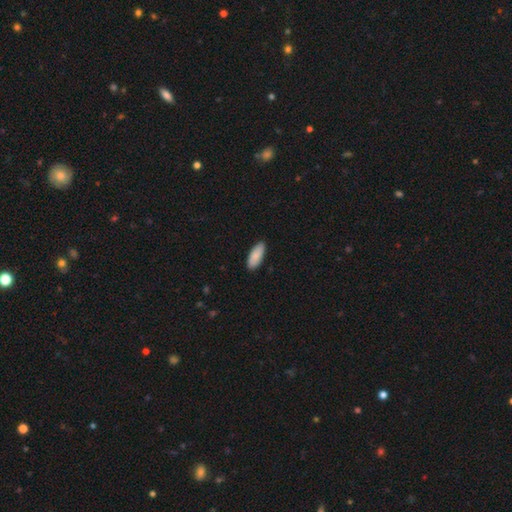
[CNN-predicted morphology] Overall: smooth (88%). How rounded: in between (80%). Merging: none (87%).